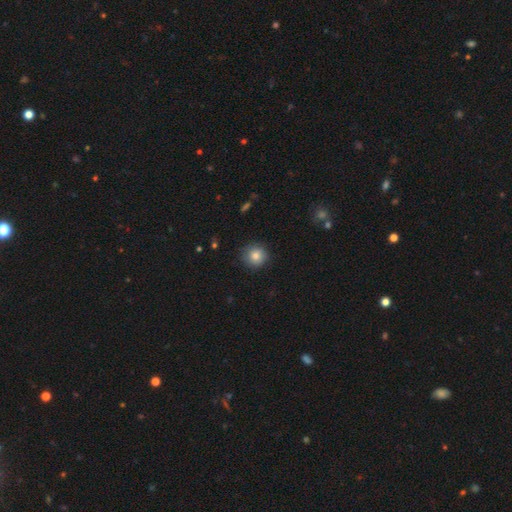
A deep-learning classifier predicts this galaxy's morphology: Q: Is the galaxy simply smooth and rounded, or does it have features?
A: smooth — 82%.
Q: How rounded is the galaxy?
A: round — 94%.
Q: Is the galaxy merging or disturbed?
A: none — 88%.